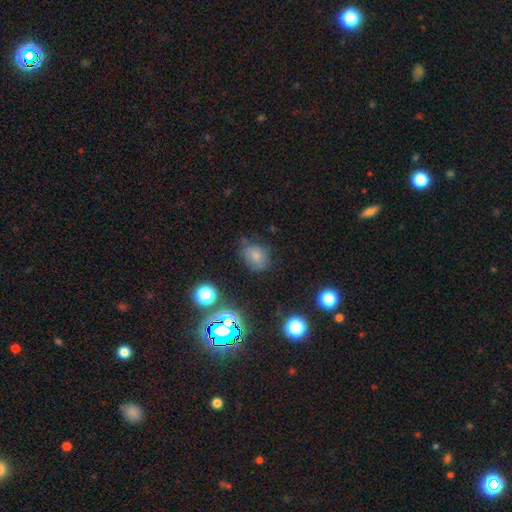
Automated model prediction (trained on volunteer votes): Morphology: type=smooth (68%); roundness=in between (58%); merging=none (60%).